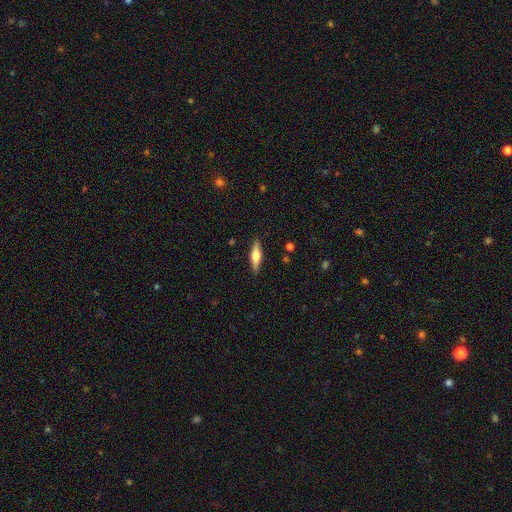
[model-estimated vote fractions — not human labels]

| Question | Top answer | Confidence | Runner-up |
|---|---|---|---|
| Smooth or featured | smooth | 47% | tied: featured or disk (47%) |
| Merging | none | 89% | minor disturbance (8%) |